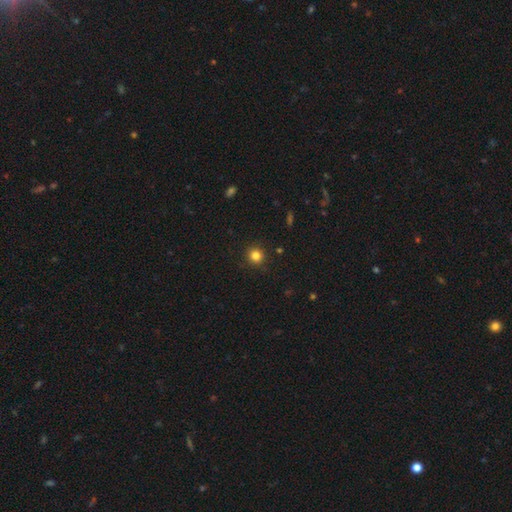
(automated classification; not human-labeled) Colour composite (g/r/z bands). It shows a smooth galaxy with no disk features (82%) that is round (94%). Merging: none (91%).